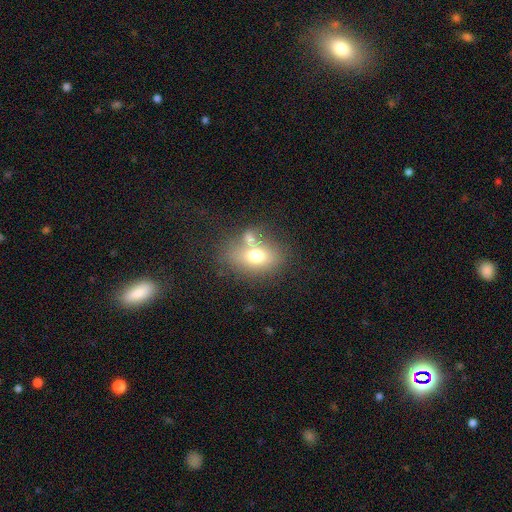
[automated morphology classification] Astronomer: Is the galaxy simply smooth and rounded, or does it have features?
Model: smooth — 68%.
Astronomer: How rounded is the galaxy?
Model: in between — 73%.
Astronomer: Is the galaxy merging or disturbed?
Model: none — 50% (runner-up: merger, 27%).